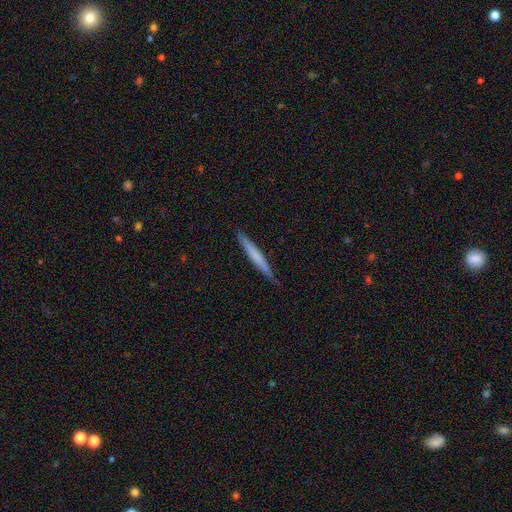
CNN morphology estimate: Smooth or featured?
  - smooth: 58% *
  - featured or disk: 37%
  - star or artifact: 5%
How rounded?
  - cigar-shaped: 97% *
  - in between: 2%
  - round: 1%
Merging?
  - none: 88% *
  - minor disturbance: 9%
  - major disturbance: 1%
  - merger: 1%